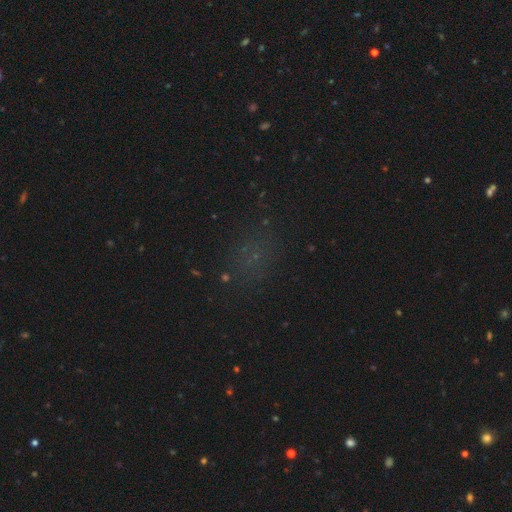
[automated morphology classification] A star or artifact, not a galaxy (46%).